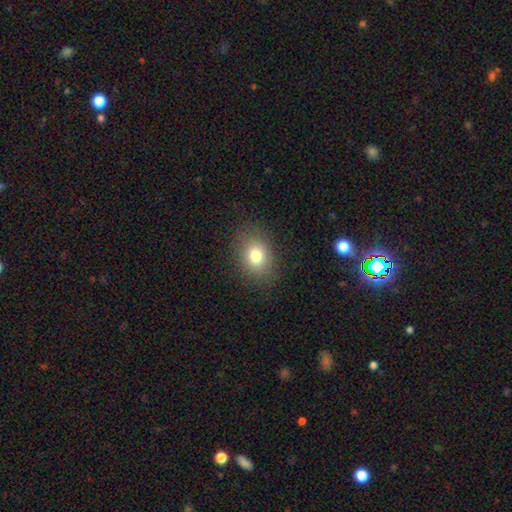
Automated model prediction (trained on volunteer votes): Q: Smooth or featured?
A: smooth (77%); runner-up: star or artifact (12%)
Q: How rounded?
A: in between (59%); runner-up: round (40%)
Q: Merging?
A: none (85%); runner-up: minor disturbance (10%)